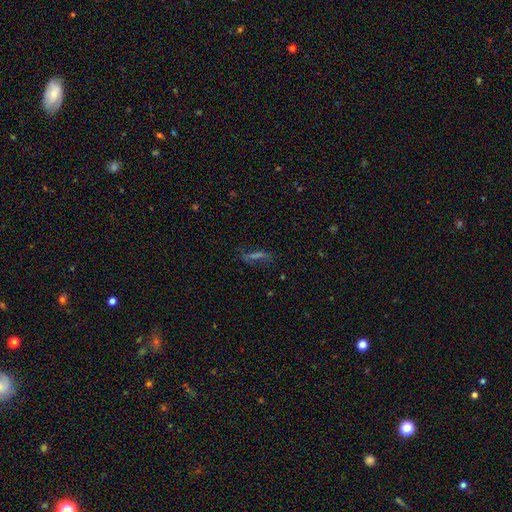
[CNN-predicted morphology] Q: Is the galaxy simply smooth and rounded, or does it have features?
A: smooth — 37%.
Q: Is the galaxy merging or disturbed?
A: none — 68%.